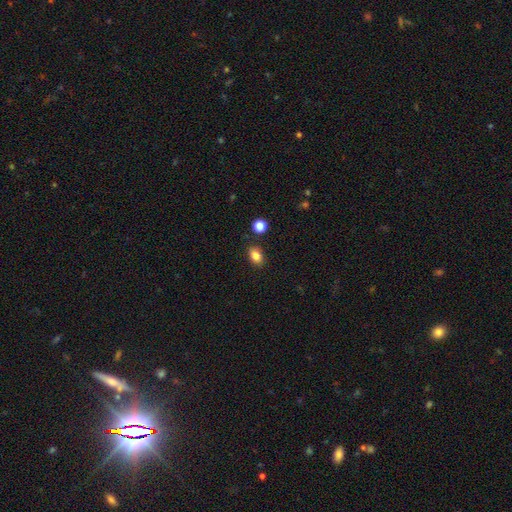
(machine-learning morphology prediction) A smooth galaxy with no disk features (85%) that is in between round and cigar-shaped (76%). Merging: none (83%).